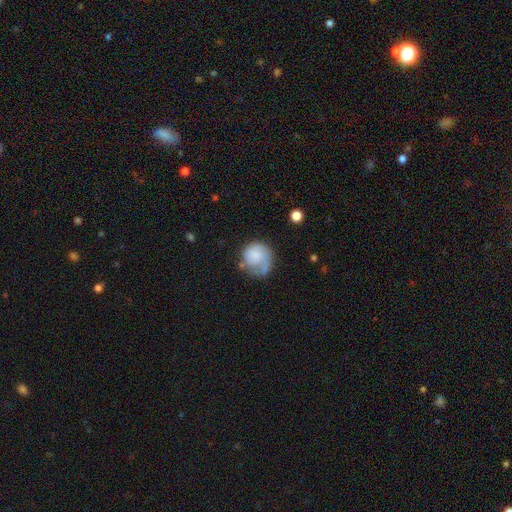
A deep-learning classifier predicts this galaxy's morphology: smooth-or-featured: smooth: 53% | featured or disk: 40% | star or artifact: 7%
  how-rounded: round: 80% | in between: 19% | cigar-shaped: 1%
  merging: none: 47% | minor disturbance: 24% | major disturbance: 24% | merger: 5%